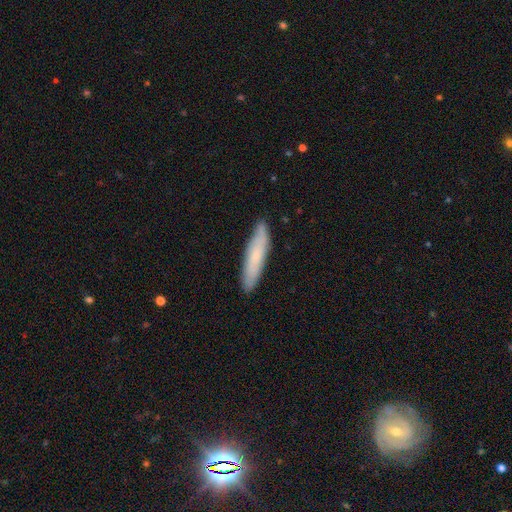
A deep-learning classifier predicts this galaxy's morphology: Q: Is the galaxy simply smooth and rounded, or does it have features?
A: smooth — 65%.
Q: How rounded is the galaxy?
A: cigar-shaped — 83%.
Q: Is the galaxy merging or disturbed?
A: none — 86%.